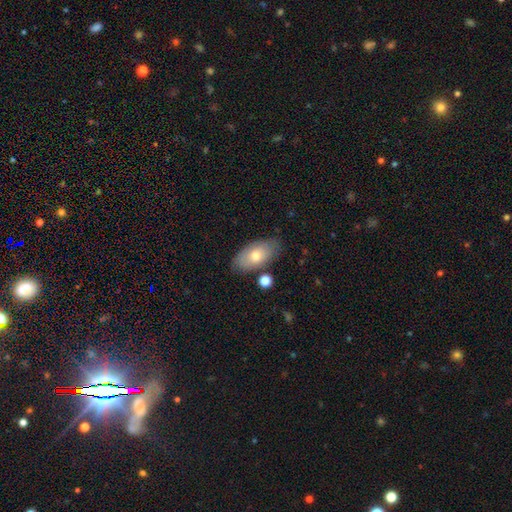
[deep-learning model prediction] Q: Smooth or featured?
A: smooth (71%); runner-up: featured or disk (22%)
Q: How rounded?
A: in between (93%); runner-up: round (4%)
Q: Merging?
A: none (77%); runner-up: minor disturbance (15%)